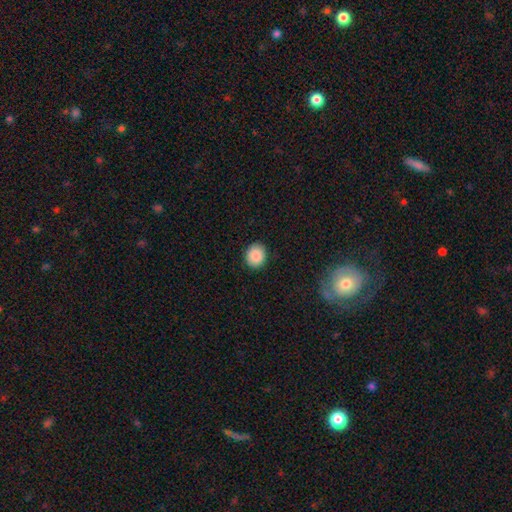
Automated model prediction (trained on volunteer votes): A smooth galaxy with no disk features (89%) that is round (65%).

Vote fractions:
- Smooth or featured? smooth: 89% / star or artifact: 8% / featured or disk: 3%
- How rounded? round: 65% / in between: 34% / cigar-shaped: 1%
- Merging? none: 89% / minor disturbance: 8% / major disturbance: 2% / merger: 1%